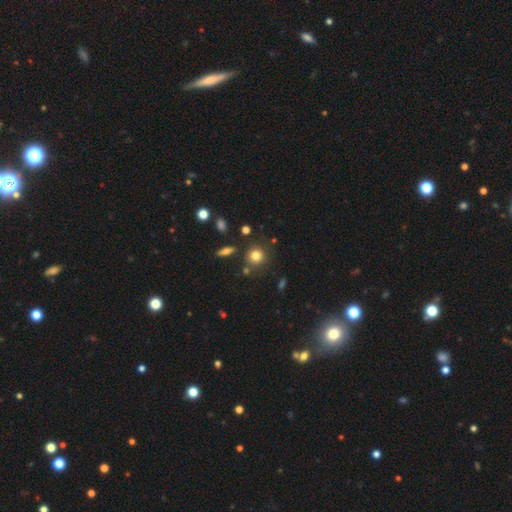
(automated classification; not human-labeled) Smooth or featured?
  - smooth: 78% *
  - star or artifact: 13%
  - featured or disk: 9%
How rounded?
  - round: 88% *
  - in between: 11%
  - cigar-shaped: 1%
Merging?
  - none: 80% *
  - minor disturbance: 10%
  - merger: 7%
  - major disturbance: 3%